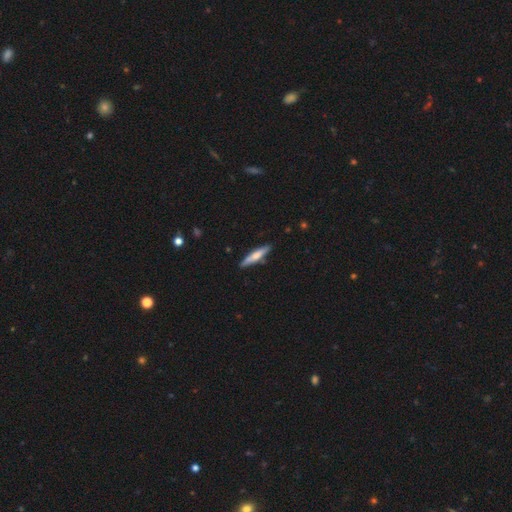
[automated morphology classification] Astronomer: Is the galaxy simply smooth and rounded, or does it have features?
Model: smooth — 54% (runner-up: featured or disk, 41%).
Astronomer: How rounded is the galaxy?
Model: cigar-shaped — 88%.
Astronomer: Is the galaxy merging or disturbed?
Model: none — 87%.